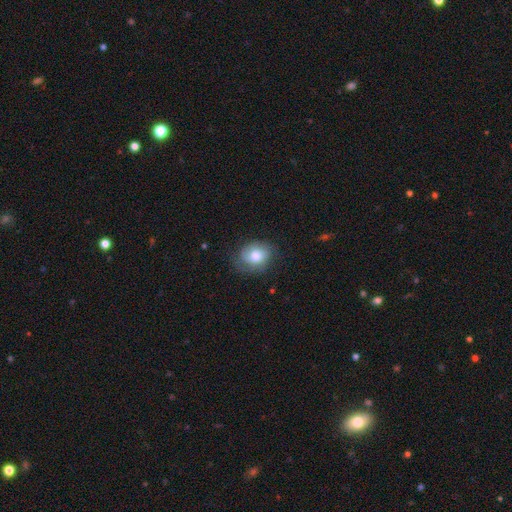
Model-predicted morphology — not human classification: Smooth or featured?
  - smooth: 71% *
  - featured or disk: 21%
  - star or artifact: 8%
How rounded?
  - round: 54% *
  - in between: 45%
  - cigar-shaped: 1%
Merging?
  - none: 66% *
  - minor disturbance: 24%
  - major disturbance: 9%
  - merger: 1%